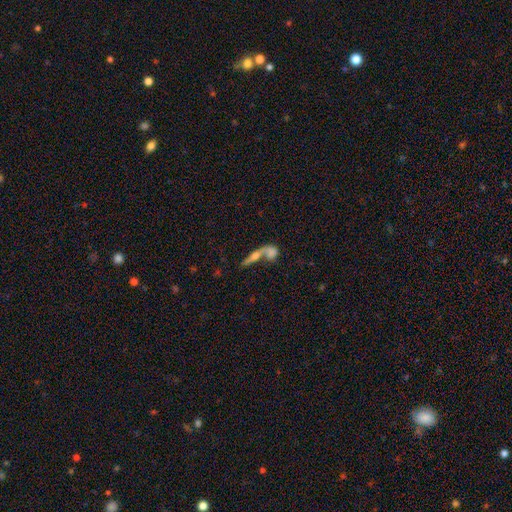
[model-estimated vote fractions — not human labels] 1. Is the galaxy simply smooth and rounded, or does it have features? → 45% featured or disk, 43% smooth, 12% star or artifact.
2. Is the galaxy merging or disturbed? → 56% merger, 27% none, 9% major disturbance, 8% minor disturbance.